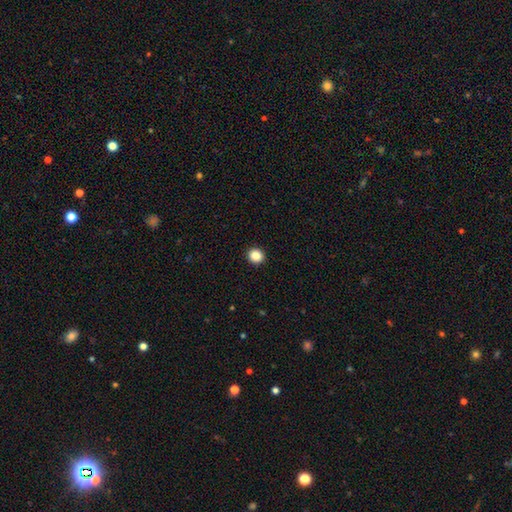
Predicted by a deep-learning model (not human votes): Overall: smooth (87%). How rounded: round (90%). Merging: none (93%).